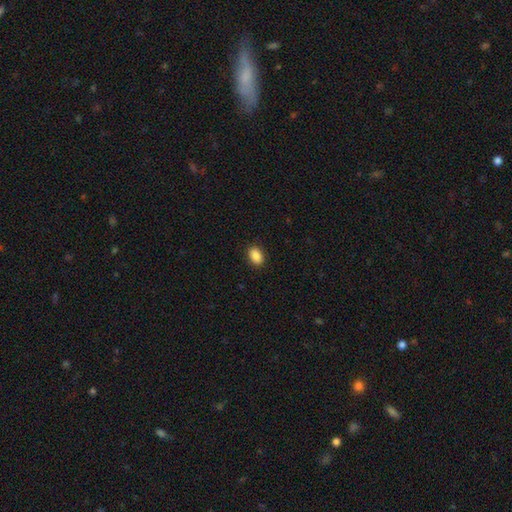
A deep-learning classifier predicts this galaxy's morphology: smooth 89%, star or artifact 8%, featured or disk 3%. Down the decision tree: how rounded — in between (85%); merging — none (90%).